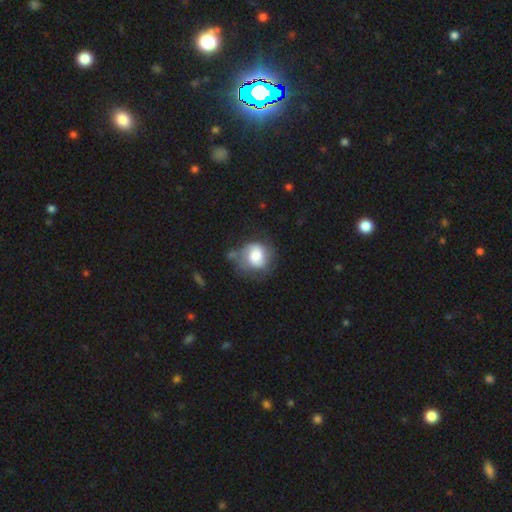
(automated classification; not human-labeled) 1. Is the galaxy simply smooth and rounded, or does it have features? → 56% smooth, 35% featured or disk, 8% star or artifact.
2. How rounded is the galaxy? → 74% round, 25% in between, 1% cigar-shaped.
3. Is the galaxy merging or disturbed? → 43% none, 30% minor disturbance, 21% major disturbance, 5% merger.